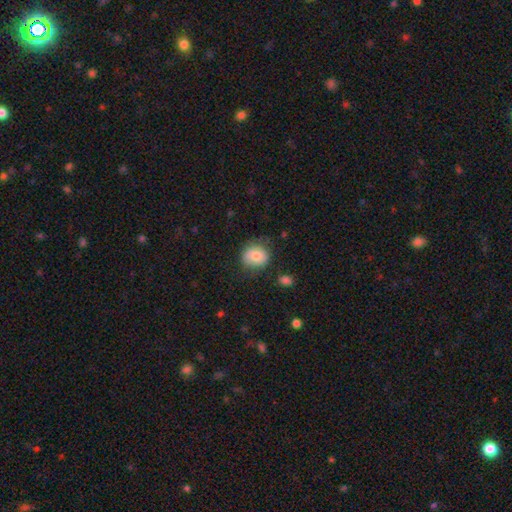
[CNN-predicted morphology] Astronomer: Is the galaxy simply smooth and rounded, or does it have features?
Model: smooth — 79%.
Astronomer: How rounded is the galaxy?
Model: round — 75%.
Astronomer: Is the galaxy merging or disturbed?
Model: none — 71%.